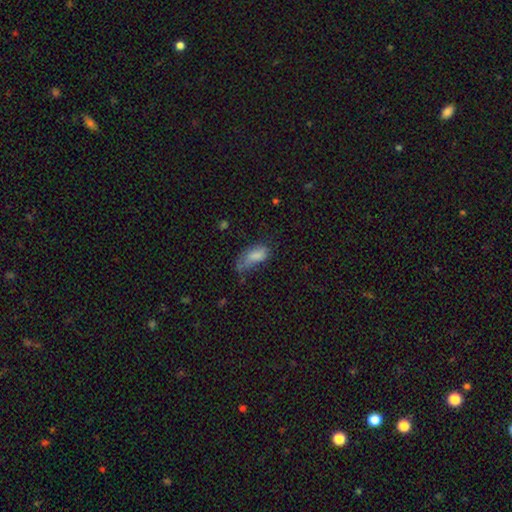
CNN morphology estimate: This is likely a smooth galaxy (77%). How rounded: clearly in between (89%). Merging: marginally minor disturbance (35%).